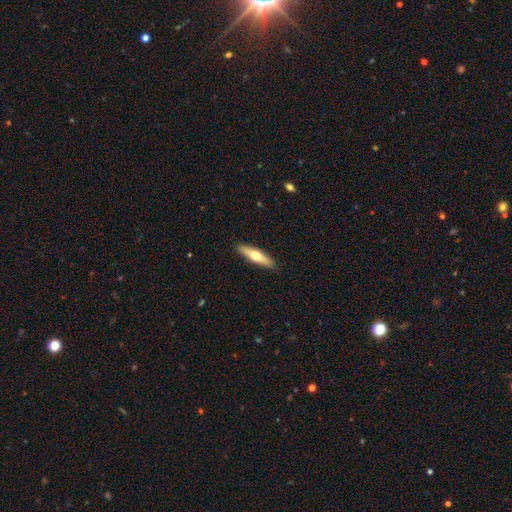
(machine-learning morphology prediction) type=smooth (54%); roundness=cigar-shaped (75%); merging=none (91%).